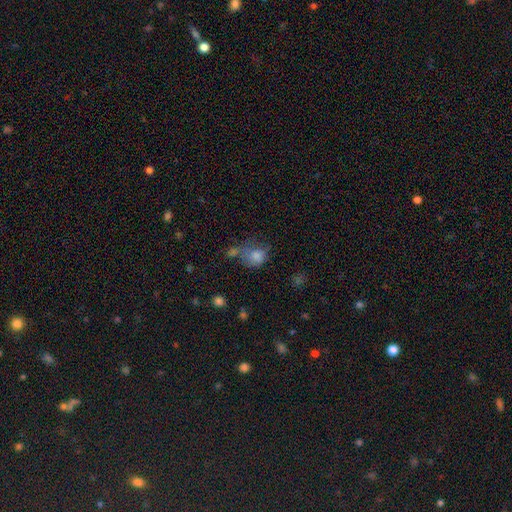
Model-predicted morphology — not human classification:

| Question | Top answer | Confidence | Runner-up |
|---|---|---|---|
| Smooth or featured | smooth | 77% | featured or disk (12%) |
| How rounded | round | 58% | in between (41%) |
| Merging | none | 30% | merger (26%) |